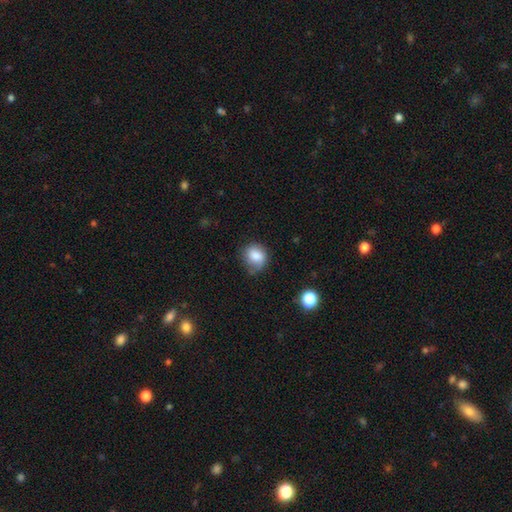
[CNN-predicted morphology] smooth-or-featured: smooth: 82% | star or artifact: 9% | featured or disk: 9%
  how-rounded: round: 66% | in between: 33% | cigar-shaped: 1%
  merging: none: 60% | minor disturbance: 30% | major disturbance: 8% | merger: 2%